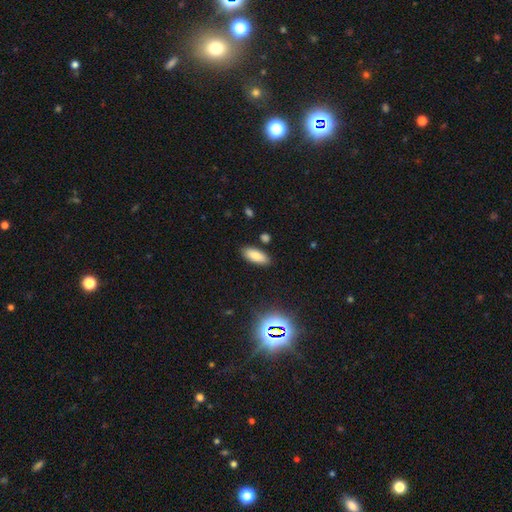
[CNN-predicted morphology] type=smooth (79%); roundness=in between (81%); merging=none (86%).